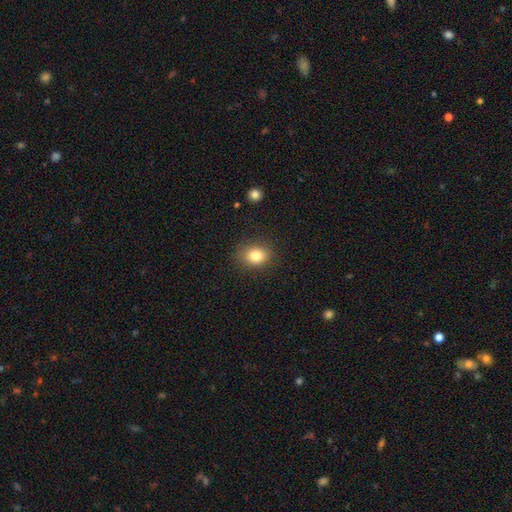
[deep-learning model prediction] Smooth or featured? Predicted: smooth (p=0.82). How rounded? Predicted: round (p=0.54). Merging? Predicted: none (p=0.86).